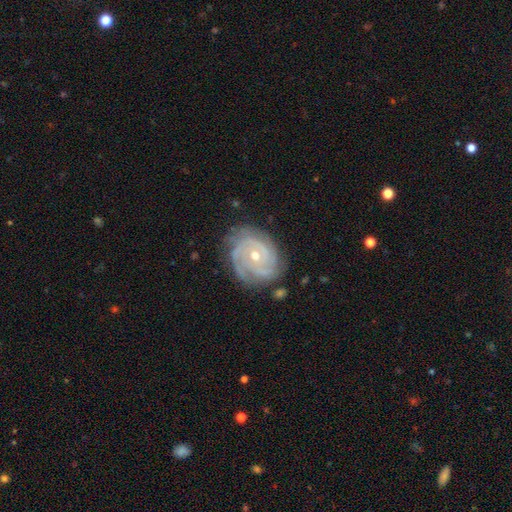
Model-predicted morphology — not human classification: Smooth or featured: featured or disk — 89% (smooth — 6%)
Edge-on disk: no — 97% (yes — 3%)
Bar: no — 74% (weak — 21%)
Spiral arms: yes — 97% (no — 3%)
Spiral winding: tight — 77% (medium — 20%)
Spiral arm count: 3 — 38% (can't tell — 18%)
Bulge size: moderate — 49% (small — 48%)
Merging: none — 77% (minor disturbance — 17%)